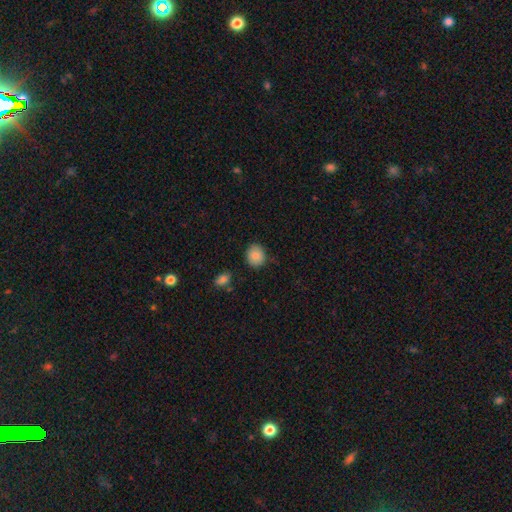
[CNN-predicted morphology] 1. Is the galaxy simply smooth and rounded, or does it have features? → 84% smooth, 8% star or artifact, 7% featured or disk.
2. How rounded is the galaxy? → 69% round, 30% in between, 1% cigar-shaped.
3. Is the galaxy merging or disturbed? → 82% none, 13% minor disturbance, 3% major disturbance, 2% merger.